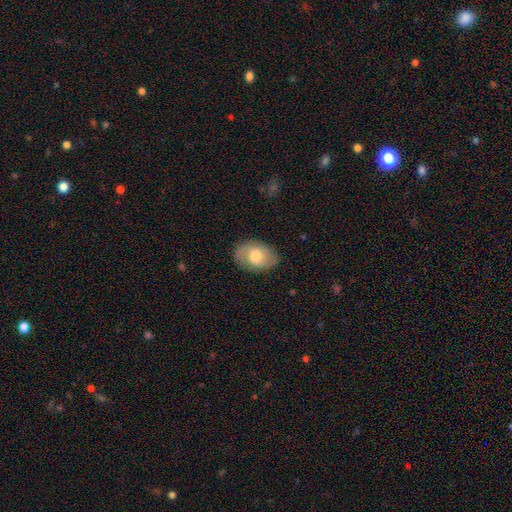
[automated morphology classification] Overall: smooth (52%; featured or disk 42%). How rounded: in between (81%). Merging: none (80%).